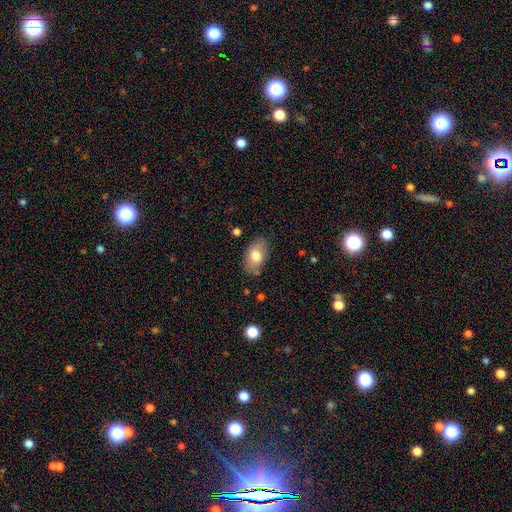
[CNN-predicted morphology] smooth 75%, featured or disk 18%, star or artifact 7%. Down the decision tree: how rounded — in between (92%); merging — none (81%).